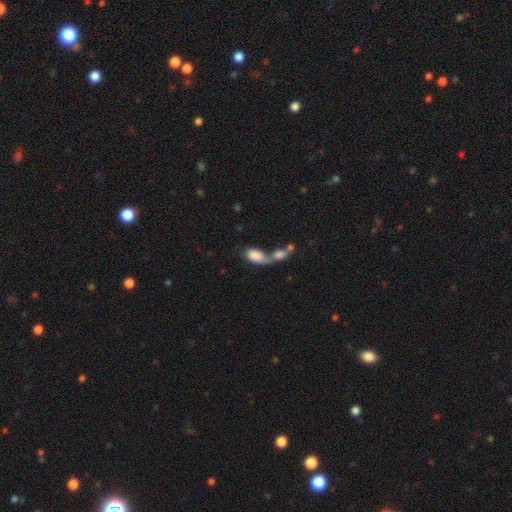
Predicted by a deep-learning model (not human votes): This is clearly a smooth galaxy (81%). How rounded: clearly in between (89%). Merging: likely merger (70%).